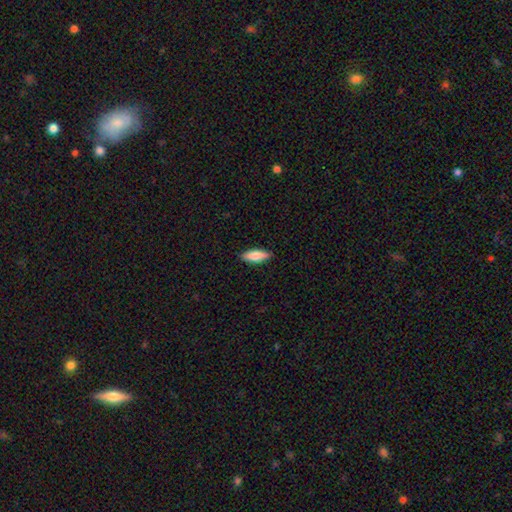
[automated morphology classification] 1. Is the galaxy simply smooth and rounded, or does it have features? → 80% smooth, 14% featured or disk, 6% star or artifact.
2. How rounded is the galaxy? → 61% in between, 37% cigar-shaped, 2% round.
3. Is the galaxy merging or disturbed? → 88% none, 9% minor disturbance, 2% major disturbance, 1% merger.